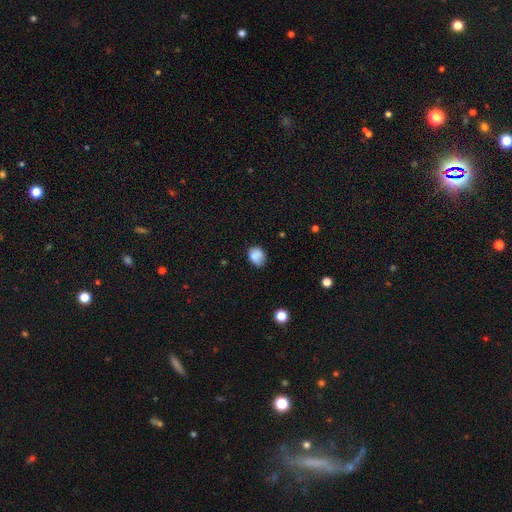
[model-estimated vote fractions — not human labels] This is clearly a smooth galaxy (83%). How rounded: possibly in between (50%). Merging: likely none (63%).